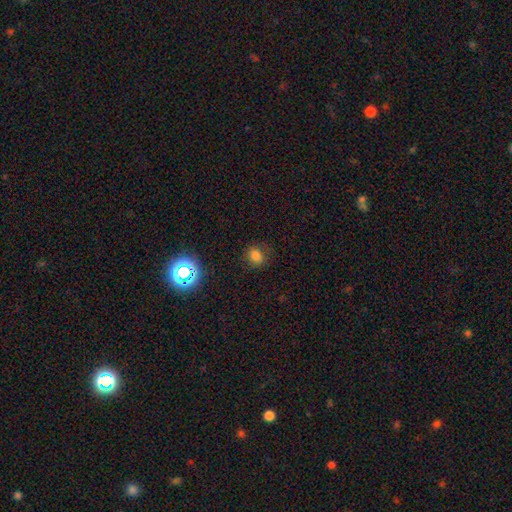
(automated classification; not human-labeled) Smooth or featured? Predicted: smooth (p=0.75). How rounded? Predicted: round (p=0.69). Merging? Predicted: none (p=0.81).